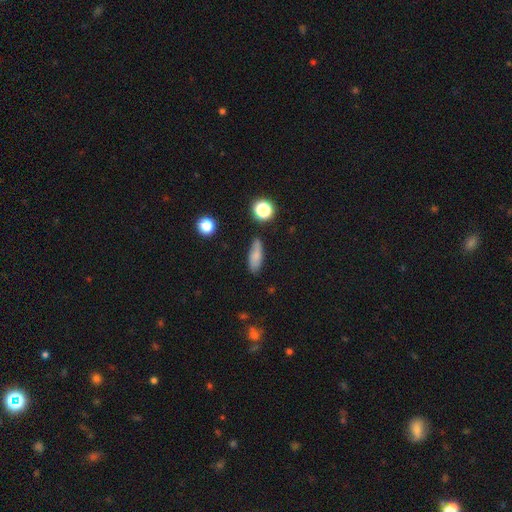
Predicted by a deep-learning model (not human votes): smooth-or-featured: smooth: 77% | featured or disk: 13% | star or artifact: 10%
  how-rounded: in between: 63% | cigar-shaped: 32% | round: 5%
  merging: none: 71% | minor disturbance: 20% | major disturbance: 5% | merger: 4%